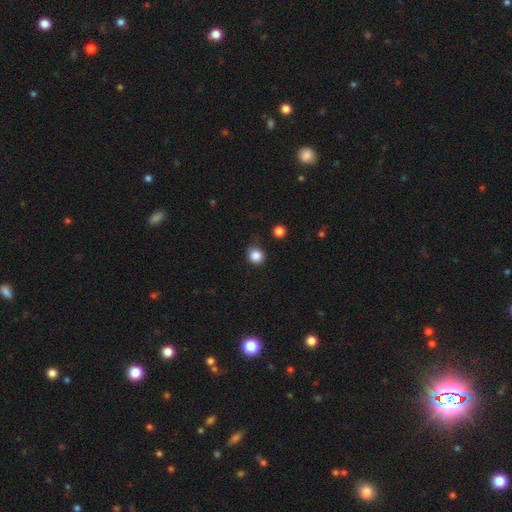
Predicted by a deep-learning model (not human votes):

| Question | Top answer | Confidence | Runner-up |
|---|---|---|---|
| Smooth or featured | smooth | 85% | star or artifact (11%) |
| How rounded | round | 87% | in between (12%) |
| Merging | none | 76% | minor disturbance (17%) |